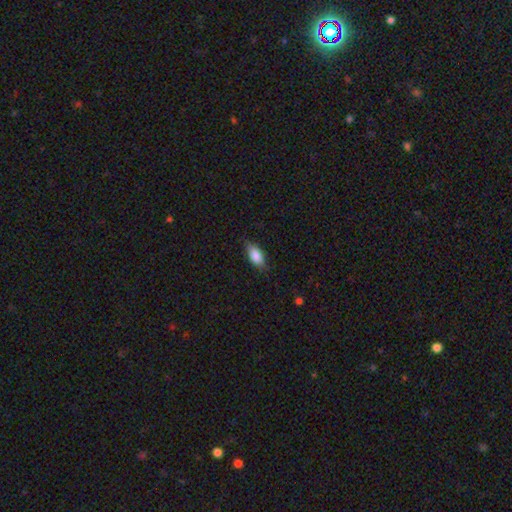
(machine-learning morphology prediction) A smooth galaxy with no disk features (84%) that is in between round and cigar-shaped (88%).

Vote fractions:
- Smooth or featured? smooth: 84% / featured or disk: 9% / star or artifact: 7%
- How rounded? in between: 88% / cigar-shaped: 9% / round: 3%
- Merging? none: 77% / minor disturbance: 18% / major disturbance: 3% / merger: 1%